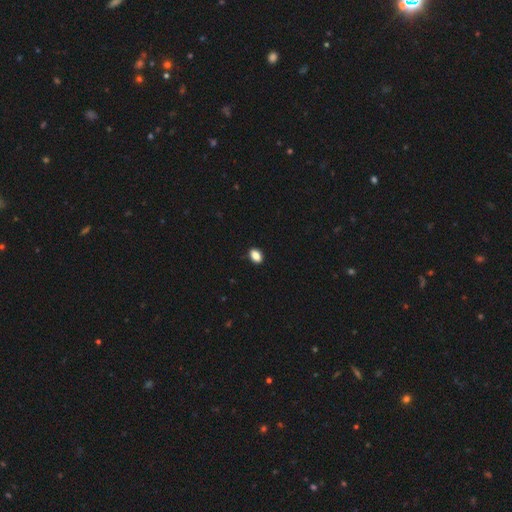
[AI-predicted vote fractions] Smooth or featured?
  - smooth: 87% *
  - star or artifact: 9%
  - featured or disk: 4%
How rounded?
  - in between: 85% *
  - round: 13%
  - cigar-shaped: 2%
Merging?
  - none: 89% *
  - minor disturbance: 8%
  - major disturbance: 2%
  - merger: 1%